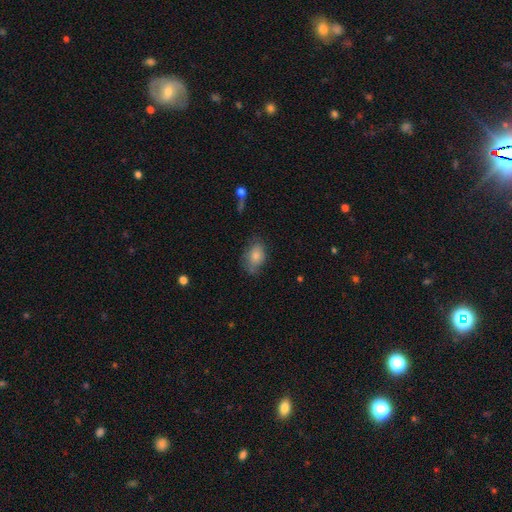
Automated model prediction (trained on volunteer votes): This appears to be a smooth galaxy with no disk features (80%) that is in between round and cigar-shaped (85%). Merging: none (59%).